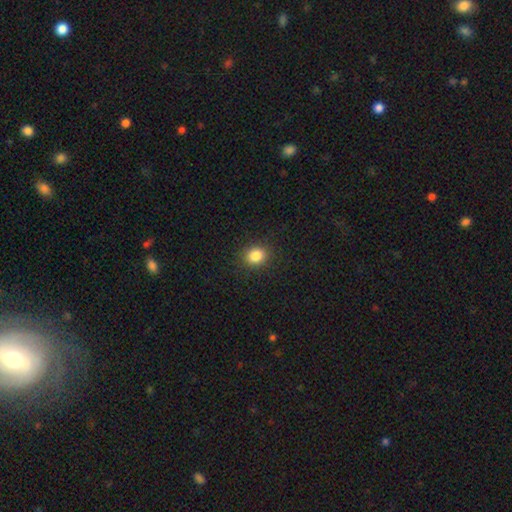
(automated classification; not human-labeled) Smooth or featured?
  - smooth: 85% *
  - star or artifact: 11%
  - featured or disk: 4%
How rounded?
  - round: 69% *
  - in between: 30%
  - cigar-shaped: 1%
Merging?
  - none: 90% *
  - minor disturbance: 7%
  - major disturbance: 2%
  - merger: 1%